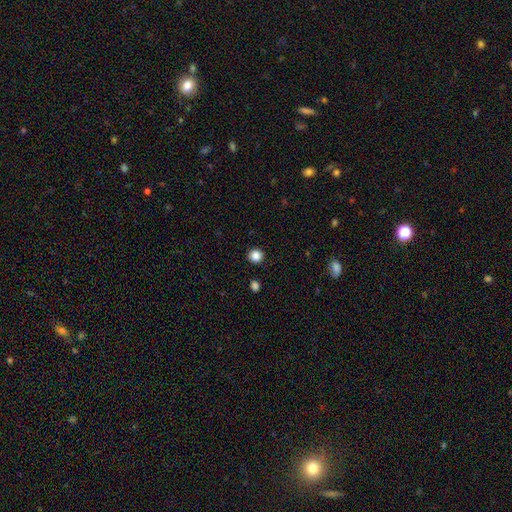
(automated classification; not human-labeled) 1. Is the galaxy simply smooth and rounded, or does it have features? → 86% smooth, 11% star or artifact, 3% featured or disk.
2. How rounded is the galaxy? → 92% round, 7% in between, 1% cigar-shaped.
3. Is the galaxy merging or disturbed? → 92% none, 5% minor disturbance, 2% major disturbance, 1% merger.